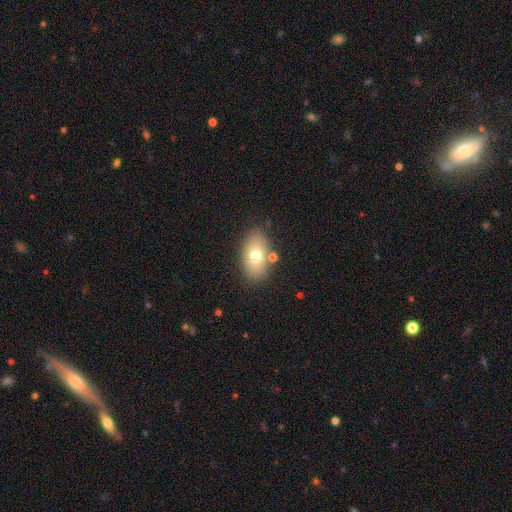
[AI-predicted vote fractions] smooth 71%, featured or disk 20%, star or artifact 9%. Down the decision tree: how rounded — in between (90%); merging — none (81%).